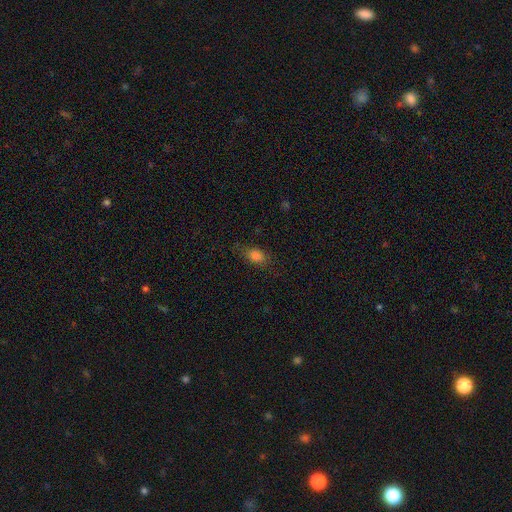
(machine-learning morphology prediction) smooth_or_featured: smooth (p=0.82) [alt: star or artifact p=0.11]
how_rounded: in between (p=0.79) [alt: round p=0.17]
merging: none (p=0.76) [alt: minor disturbance p=0.17]